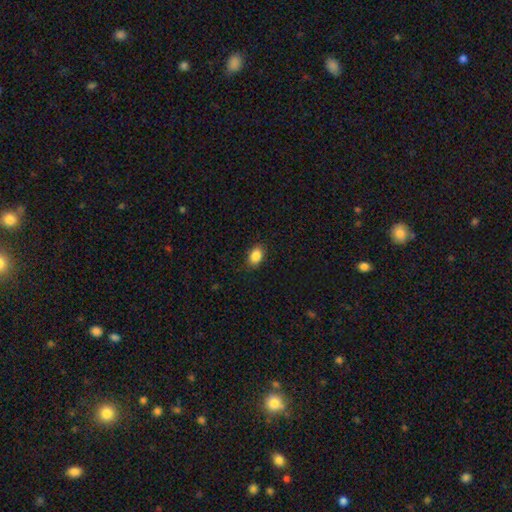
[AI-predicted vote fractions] This appears to be a smooth galaxy with no disk features (87%) that is in between round and cigar-shaped (81%). Merging: none (87%).